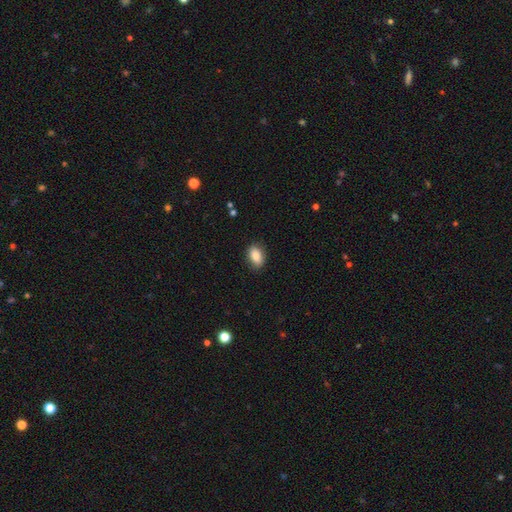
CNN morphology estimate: This is clearly a smooth galaxy (84%). How rounded: clearly in between (87%). Merging: clearly none (86%).